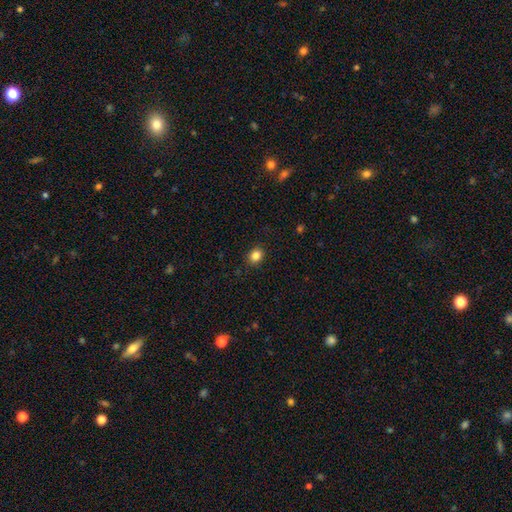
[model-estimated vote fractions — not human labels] Smooth or featured?
  - smooth: 84% *
  - star or artifact: 11%
  - featured or disk: 5%
How rounded?
  - round: 57% *
  - in between: 42%
  - cigar-shaped: 1%
Merging?
  - none: 88% *
  - minor disturbance: 8%
  - major disturbance: 2%
  - merger: 1%